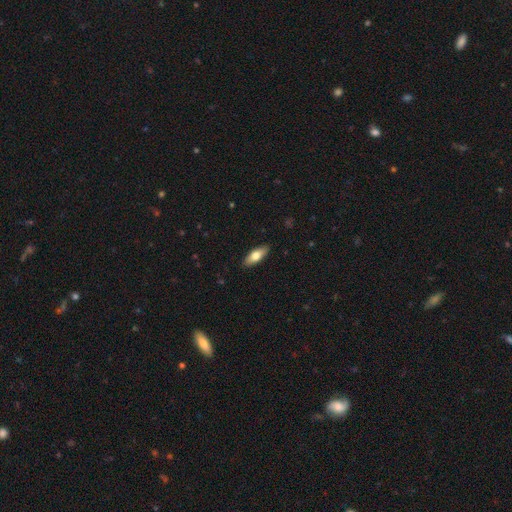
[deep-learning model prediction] smooth-or-featured: smooth: 70% | featured or disk: 24% | star or artifact: 6%
  how-rounded: in between: 71% | cigar-shaped: 27% | round: 2%
  merging: none: 89% | minor disturbance: 8% | major disturbance: 2% | merger: 1%